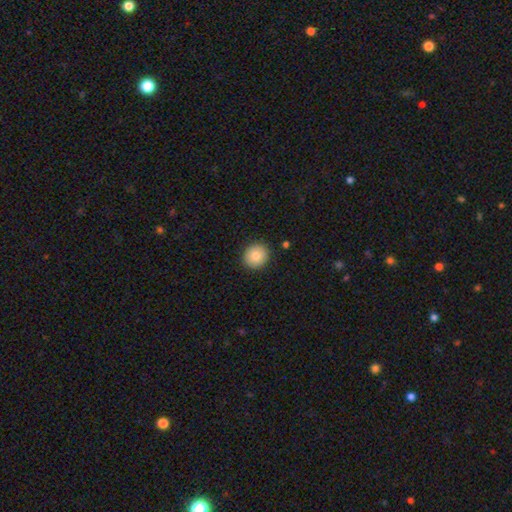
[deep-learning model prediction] Smooth or featured? smooth (83%)
How rounded? round (87%)
Merging? none (91%)